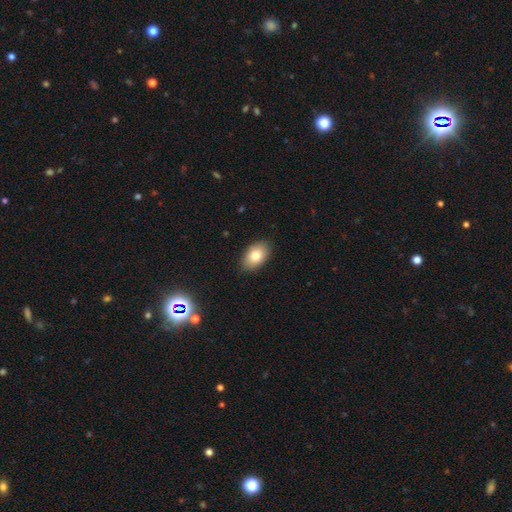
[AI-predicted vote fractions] Q: Smooth or featured?
A: smooth (80%); runner-up: featured or disk (12%)
Q: How rounded?
A: in between (89%); runner-up: round (10%)
Q: Merging?
A: none (88%); runner-up: minor disturbance (9%)